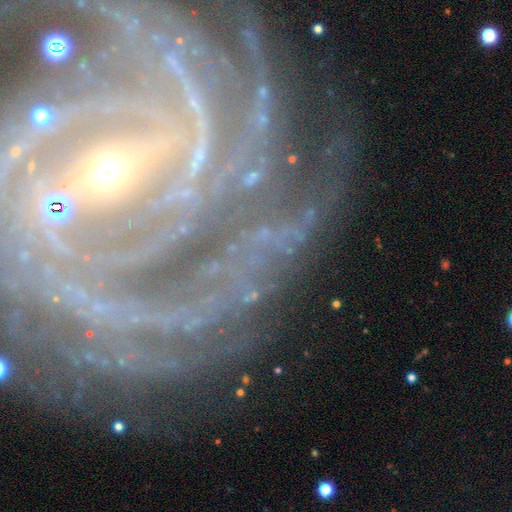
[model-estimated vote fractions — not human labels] Smooth or featured: featured or disk — 90% (star or artifact — 7%)
Edge-on disk: no — 97% (yes — 3%)
Bar: strong — 55% (weak — 27%)
Spiral arms: yes — 98% (no — 2%)
Spiral winding: tight — 75% (medium — 21%)
Spiral arm count: 4 — 21% (more than 4 — 19%)
Bulge size: small — 73% (moderate — 22%)
Merging: none — 73% (minor disturbance — 15%)